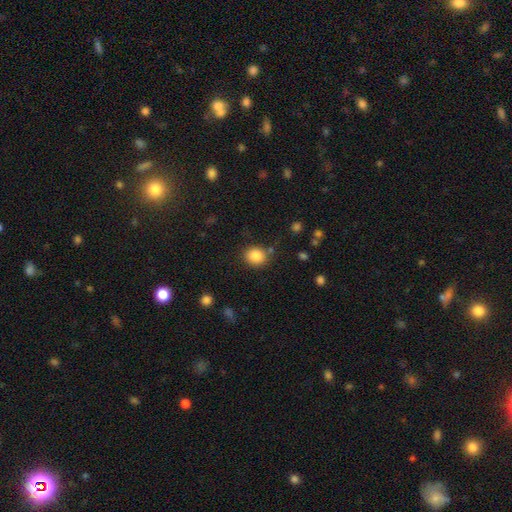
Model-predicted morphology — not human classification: Smooth or featured? smooth (86%)
How rounded? round (77%)
Merging? none (81%)